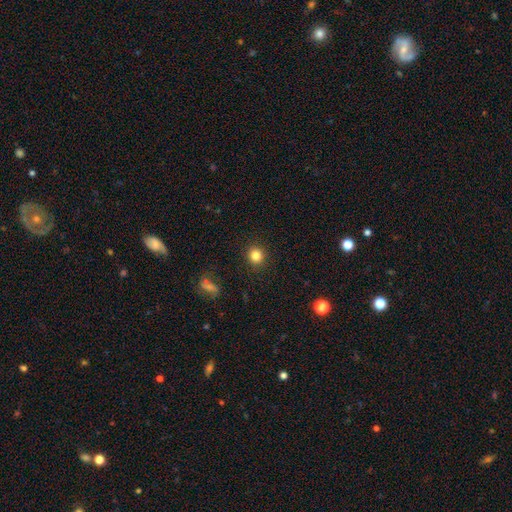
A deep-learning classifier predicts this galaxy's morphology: Smooth or featured? smooth (83%)
How rounded? round (88%)
Merging? none (91%)